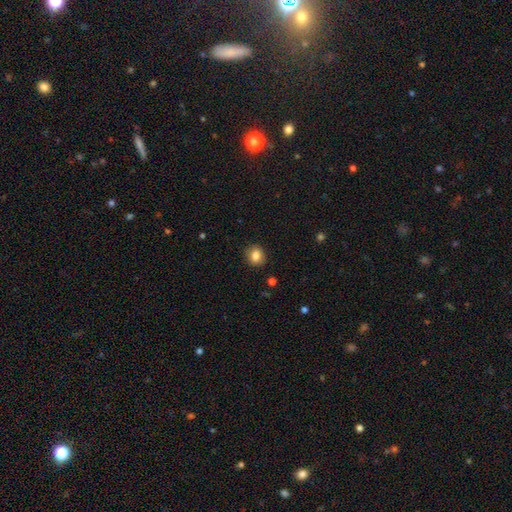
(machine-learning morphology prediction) Smooth or featured? smooth (83%)
How rounded? round (72%)
Merging? none (88%)